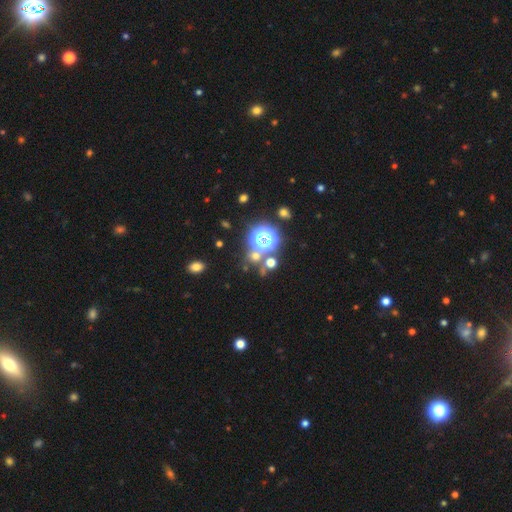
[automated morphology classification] A smooth galaxy with no disk features (48%). Merging: none (63%).